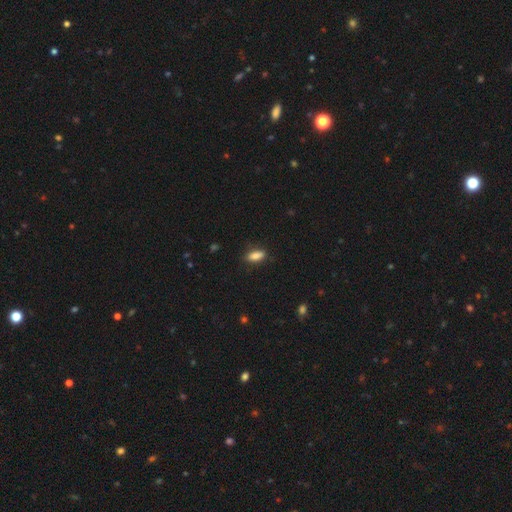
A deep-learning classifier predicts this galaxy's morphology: The model was most divided on "how rounded": in between: 76%, cigar-shaped: 21%, round: 3%. More confident: smooth or featured — smooth (85%); merging — none (82%).